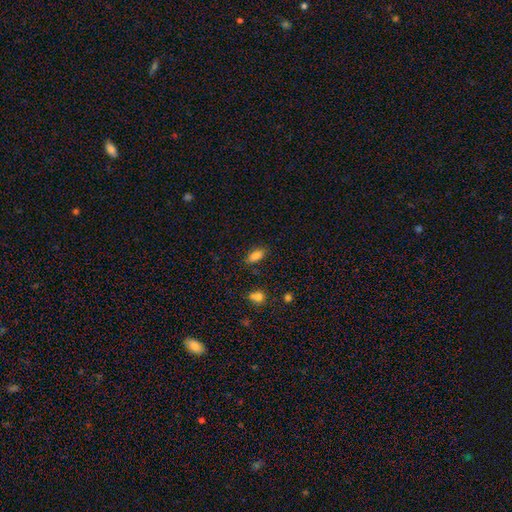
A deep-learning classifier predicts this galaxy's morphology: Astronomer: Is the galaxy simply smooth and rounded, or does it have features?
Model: smooth — 84%.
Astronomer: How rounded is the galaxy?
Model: in between — 86%.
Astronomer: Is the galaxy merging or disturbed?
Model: none — 82%.